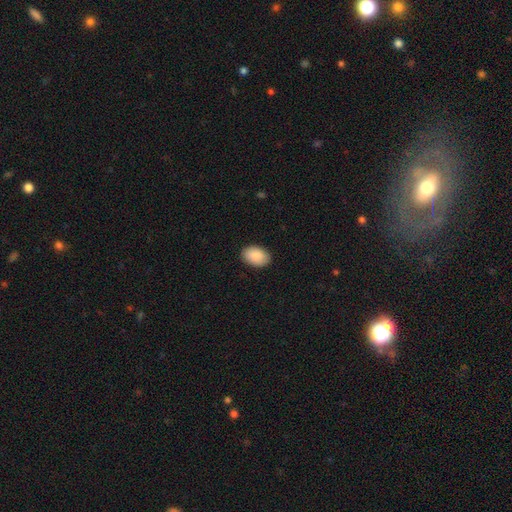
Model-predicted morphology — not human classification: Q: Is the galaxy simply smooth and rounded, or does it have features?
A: smooth — 90%.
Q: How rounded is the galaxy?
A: in between — 89%.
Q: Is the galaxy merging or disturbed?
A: none — 89%.